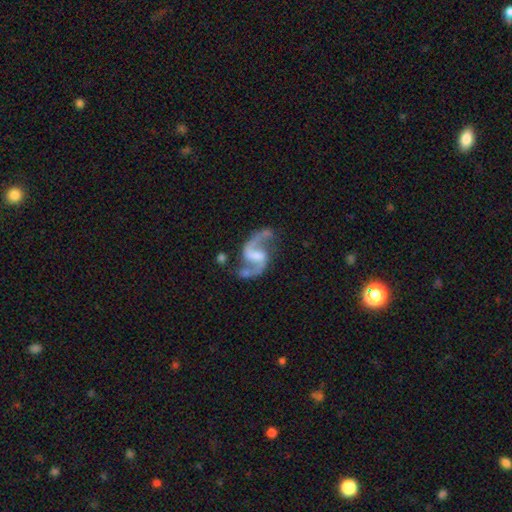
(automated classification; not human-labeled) This appears to be a featured or disk galaxy (92%) with a weak bar (52%), 2 (94%) loose (55%) spiral arms (98%) and no central bulge (35%). Merging: none (70%).